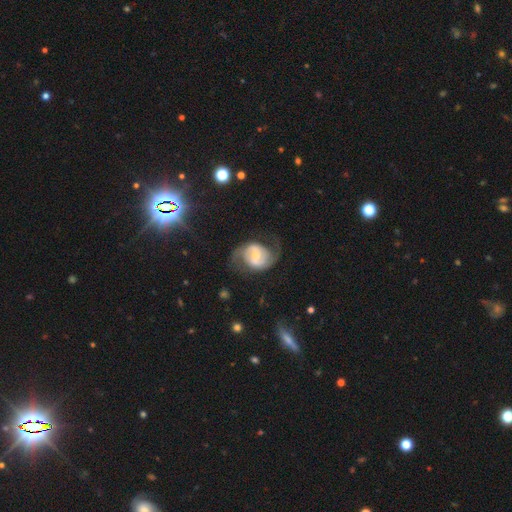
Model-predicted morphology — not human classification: smooth_or_featured: featured or disk (p=0.80) [alt: smooth p=0.14]
disk_edge_on: no (p=0.97) [alt: yes p=0.03]
bar: weak (p=0.42) [alt: no p=0.39]
has_spiral_arms: yes (p=0.91) [alt: no p=0.09]
spiral_winding: medium (p=0.43) [alt: loose p=0.40]
spiral_arm_count: 2 (p=0.90) [alt: can't tell p=0.05]
bulge_size: moderate (p=0.61) [alt: small p=0.33]
merging: none (p=0.67) [alt: minor disturbance p=0.16]